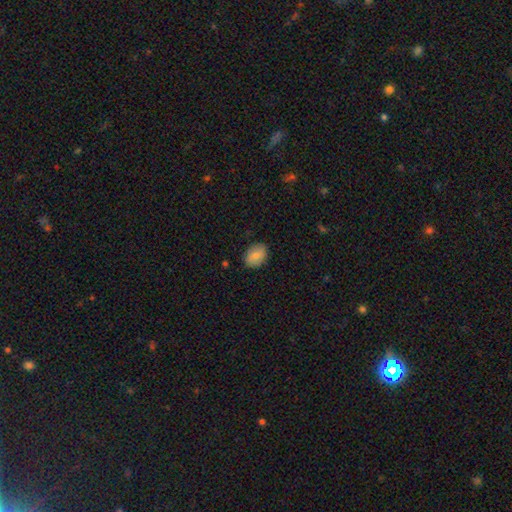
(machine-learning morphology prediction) This appears to be a smooth galaxy with no disk features (81%) that is in between round and cigar-shaped (75%). Merging: none (85%).